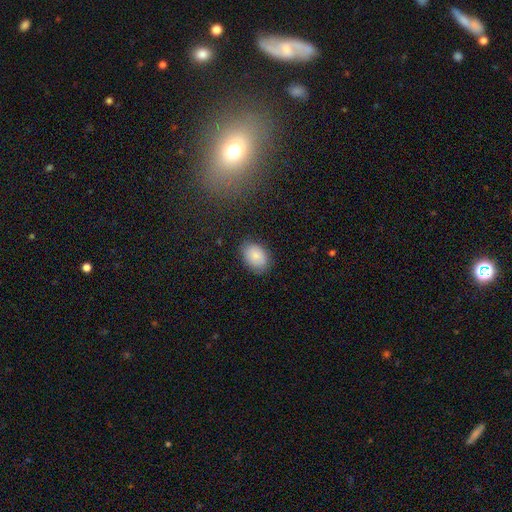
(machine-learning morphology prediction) A smooth galaxy with no disk features (83%) that is in between round and cigar-shaped (81%).

Vote fractions:
- Smooth or featured? smooth: 83% / featured or disk: 9% / star or artifact: 8%
- How rounded? in between: 81% / round: 18% / cigar-shaped: 1%
- Merging? none: 82% / minor disturbance: 14% / major disturbance: 3% / merger: 1%